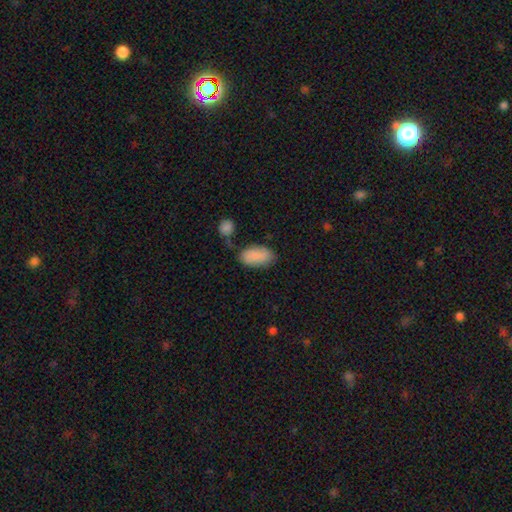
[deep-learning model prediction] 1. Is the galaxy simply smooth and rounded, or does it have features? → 87% smooth, 7% star or artifact, 6% featured or disk.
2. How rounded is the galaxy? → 94% in between, 3% round, 3% cigar-shaped.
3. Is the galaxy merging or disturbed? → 64% none, 21% minor disturbance, 9% merger, 6% major disturbance.